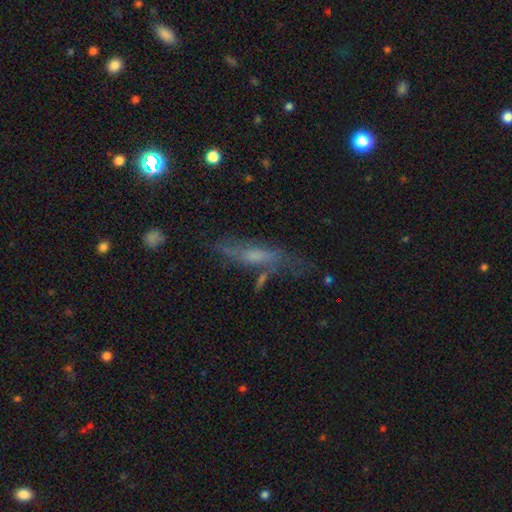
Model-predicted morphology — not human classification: Smooth or featured: featured or disk — 45% (smooth — 42%)
Merging: none — 54% (minor disturbance — 24%)